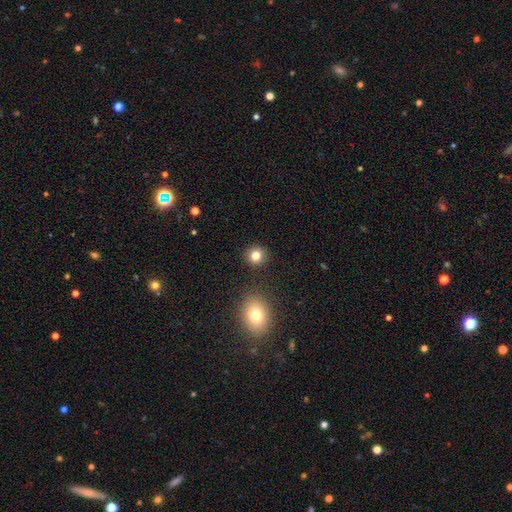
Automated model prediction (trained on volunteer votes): This is clearly a smooth galaxy (81%). How rounded: clearly round (90%). Merging: clearly none (89%).